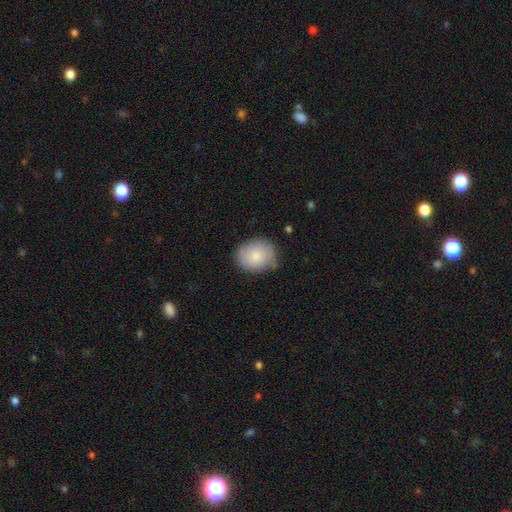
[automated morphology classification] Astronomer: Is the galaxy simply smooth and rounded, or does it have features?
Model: smooth — 83%.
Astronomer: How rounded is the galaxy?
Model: round — 52% (runner-up: in between, 47%).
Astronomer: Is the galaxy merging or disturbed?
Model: none — 74%.